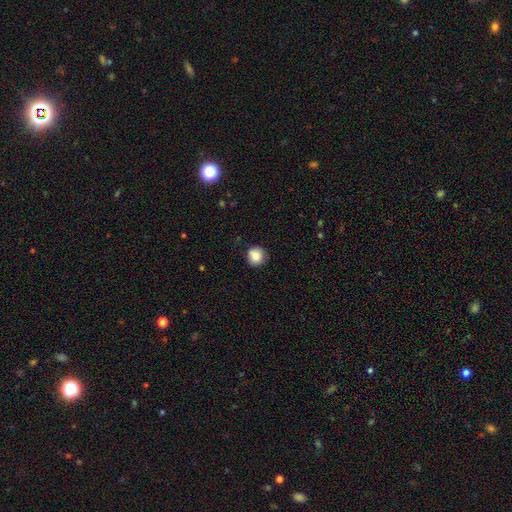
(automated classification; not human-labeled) Q: Smooth or featured?
A: smooth (82%); runner-up: star or artifact (9%)
Q: How rounded?
A: round (92%); runner-up: in between (7%)
Q: Merging?
A: none (85%); runner-up: minor disturbance (11%)